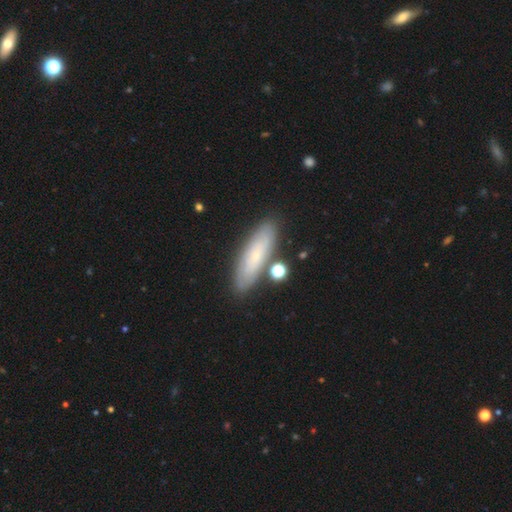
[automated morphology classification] smooth 62%, featured or disk 30%, star or artifact 8%. Down the decision tree: how rounded — cigar-shaped (55%); merging — none (81%).